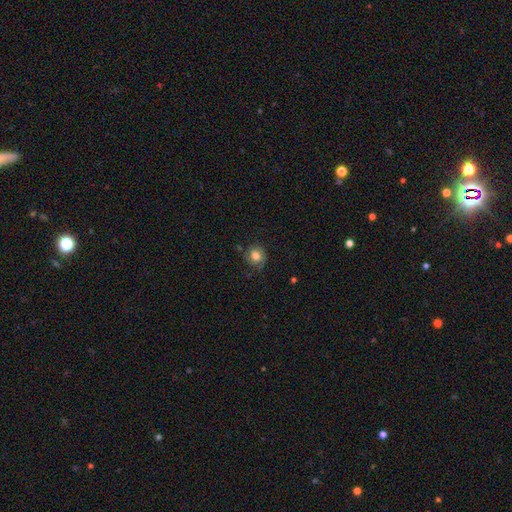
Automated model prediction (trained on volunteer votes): smooth 61%, featured or disk 30%, star or artifact 9%. Down the decision tree: how rounded — round (78%); merging — none (71%).